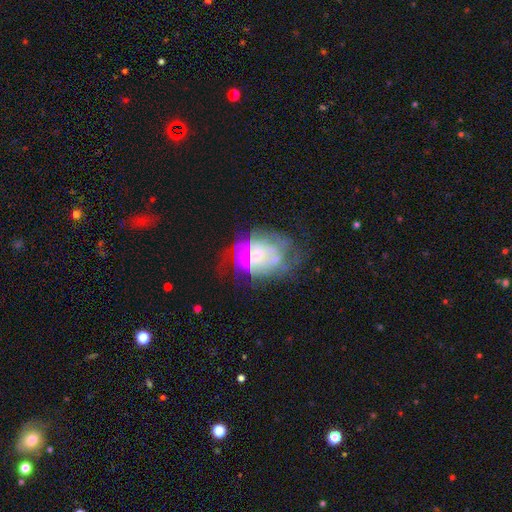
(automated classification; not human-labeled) A featured or disk galaxy (63%) with no bar (74%), no spiral arms (66%) and no central bulge (40%).

Vote fractions:
- Smooth or featured? featured or disk: 63% / smooth: 23% / star or artifact: 14%
- Edge-on disk? no: 97% / yes: 3%
- Bar? no: 74% / weak: 20% / strong: 6%
- Spiral arms? no: 66% / yes: 34%
- Bulge size? none: 40% / small: 25% / moderate: 23% / large: 9% / dominant: 2%
- Merging? none: 43% / major disturbance: 28% / minor disturbance: 22% / merger: 6%